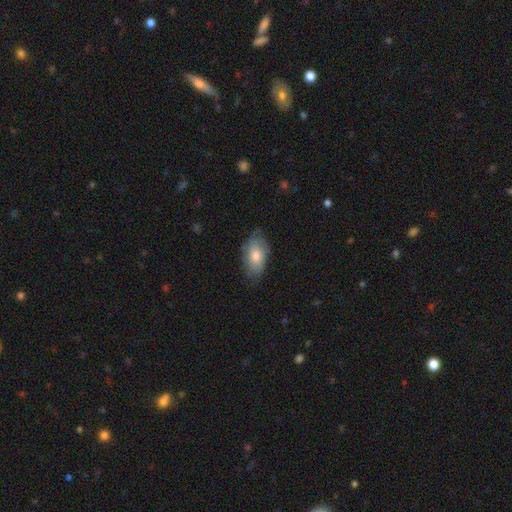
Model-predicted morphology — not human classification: Smooth or featured?
  - smooth: 69% *
  - featured or disk: 25%
  - star or artifact: 7%
How rounded?
  - in between: 91% *
  - round: 6%
  - cigar-shaped: 3%
Merging?
  - none: 69% *
  - minor disturbance: 24%
  - major disturbance: 5%
  - merger: 1%